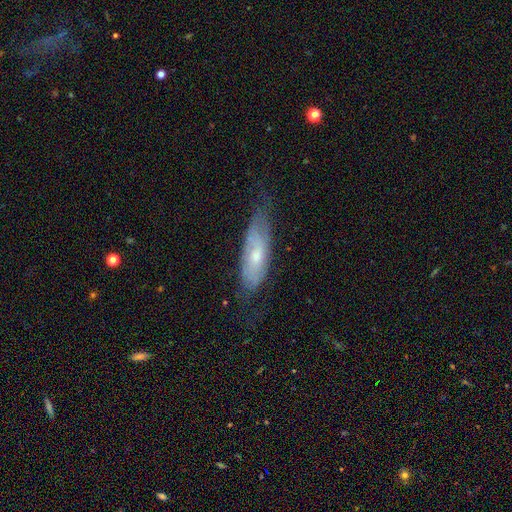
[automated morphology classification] This is possibly a featured or disk galaxy (51%). It is likely not viewed edge-on (69%). Merging: possibly none (57%).